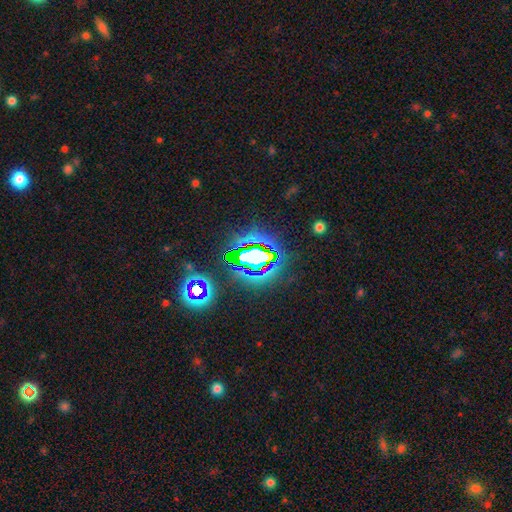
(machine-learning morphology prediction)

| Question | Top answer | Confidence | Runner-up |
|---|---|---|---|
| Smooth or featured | star or artifact | 70% | smooth (16%) |